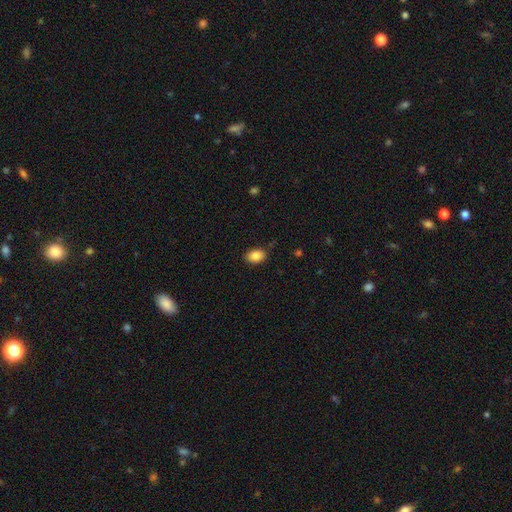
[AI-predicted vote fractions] Smooth or featured? Predicted: smooth (p=0.86). How rounded? Predicted: in between (p=0.82). Merging? Predicted: none (p=0.86).